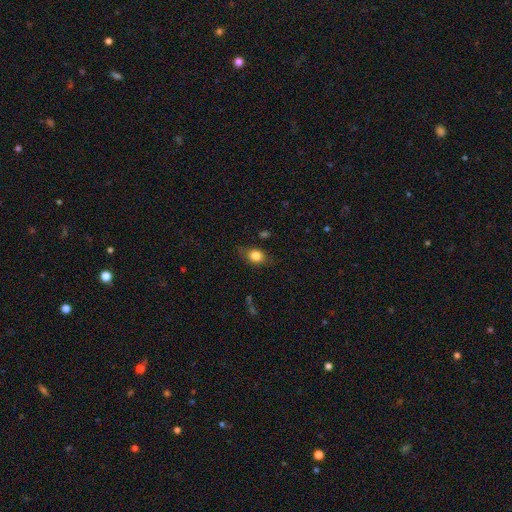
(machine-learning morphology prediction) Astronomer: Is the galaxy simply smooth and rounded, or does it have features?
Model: smooth — 80%.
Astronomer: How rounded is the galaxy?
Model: in between — 56% (runner-up: round, 41%).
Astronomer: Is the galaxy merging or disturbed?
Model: none — 75%.